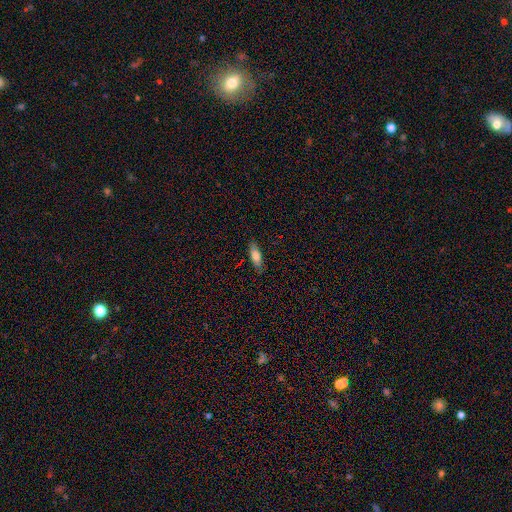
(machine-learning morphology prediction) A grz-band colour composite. It shows a smooth galaxy with no disk features (77%) that is in between round and cigar-shaped (60%). Merging: none (85%).